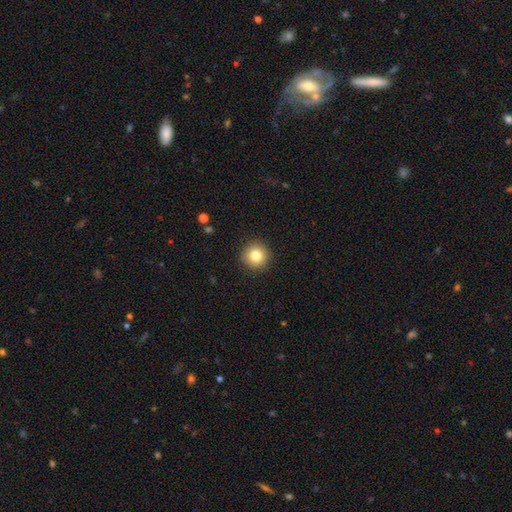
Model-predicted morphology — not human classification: smooth-or-featured: smooth: 81% | star or artifact: 10% | featured or disk: 8%
  how-rounded: round: 95% | in between: 5% | cigar-shaped: 1%
  merging: none: 91% | minor disturbance: 6% | major disturbance: 2% | merger: 1%